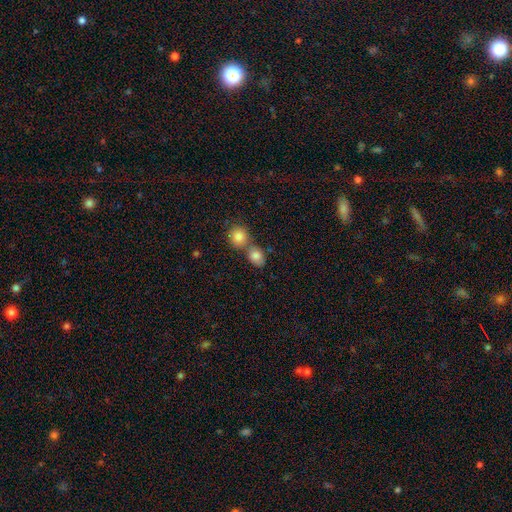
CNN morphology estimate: This appears to be a smooth galaxy with no disk features (82%) that is in between round and cigar-shaped (52%). Merging: merger (48%).